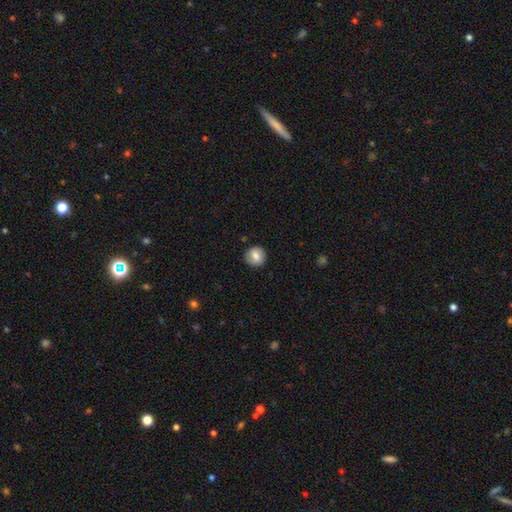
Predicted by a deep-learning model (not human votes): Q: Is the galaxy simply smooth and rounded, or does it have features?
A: smooth — 76%.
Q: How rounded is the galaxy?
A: round — 91%.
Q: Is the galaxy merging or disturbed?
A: none — 87%.